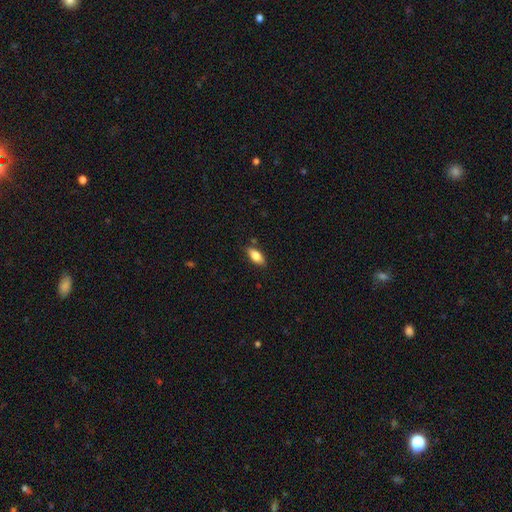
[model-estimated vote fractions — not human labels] Morphology: type=smooth (79%); roundness=in between (85%); merging=none (83%).